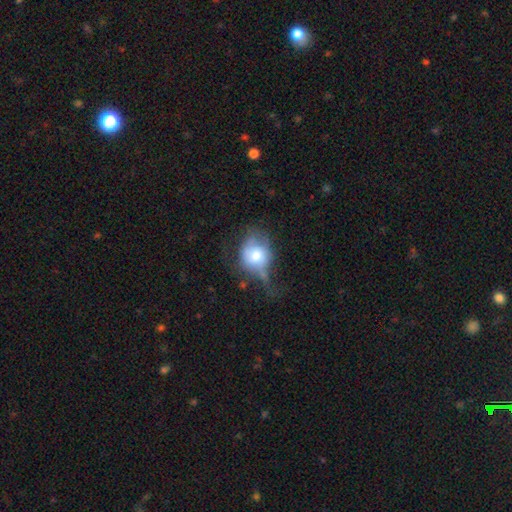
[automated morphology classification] smooth 59%, featured or disk 32%, star or artifact 9%. Down the decision tree: how rounded — round (63%); merging — major disturbance (33%).